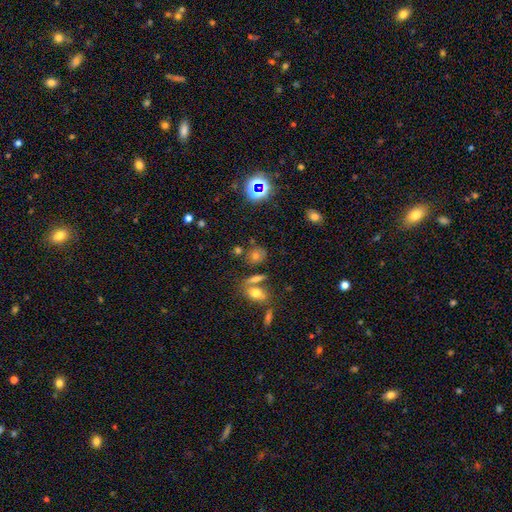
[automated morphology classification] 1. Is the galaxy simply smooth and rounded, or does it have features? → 56% smooth, 30% star or artifact, 14% featured or disk.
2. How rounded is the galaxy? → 61% round, 36% in between, 3% cigar-shaped.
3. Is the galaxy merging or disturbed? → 64% none, 17% merger, 13% minor disturbance, 6% major disturbance.